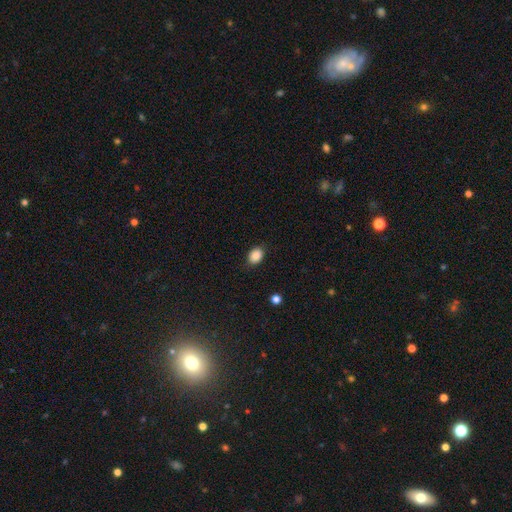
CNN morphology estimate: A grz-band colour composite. It shows a smooth galaxy with no disk features (88%) that is in between round and cigar-shaped (71%). Merging: none (85%).